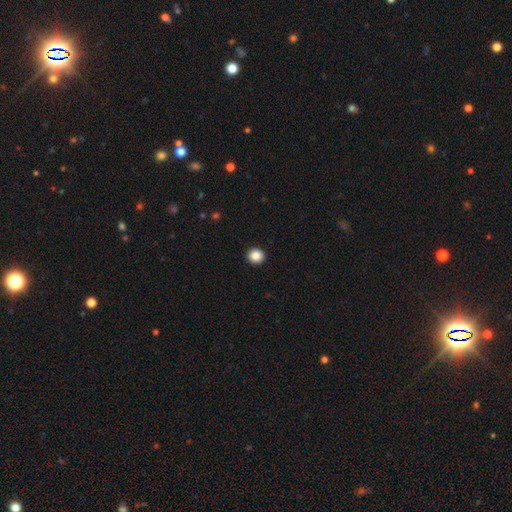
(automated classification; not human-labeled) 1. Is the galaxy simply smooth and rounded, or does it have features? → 87% smooth, 10% star or artifact, 3% featured or disk.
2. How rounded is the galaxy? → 91% round, 8% in between, 1% cigar-shaped.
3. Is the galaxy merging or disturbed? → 93% none, 4% minor disturbance, 1% major disturbance, 1% merger.